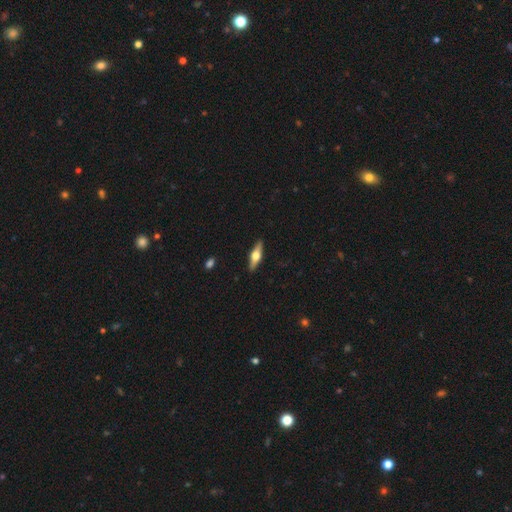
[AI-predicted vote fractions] Q: Smooth or featured?
A: featured or disk (62%); runner-up: smooth (33%)
Q: Edge-on disk?
A: yes (95%); runner-up: no (5%)
Q: Edge-on bulge?
A: rounded (95%); runner-up: boxy (4%)
Q: Merging?
A: none (90%); runner-up: minor disturbance (7%)